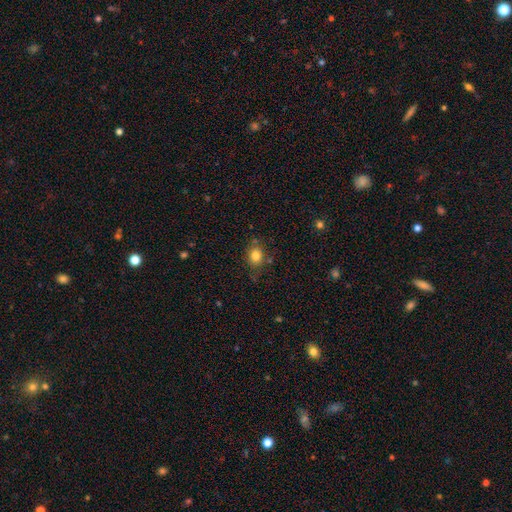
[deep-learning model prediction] This appears to be a smooth galaxy with no disk features (82%) that is round (56%). Merging: none (74%).